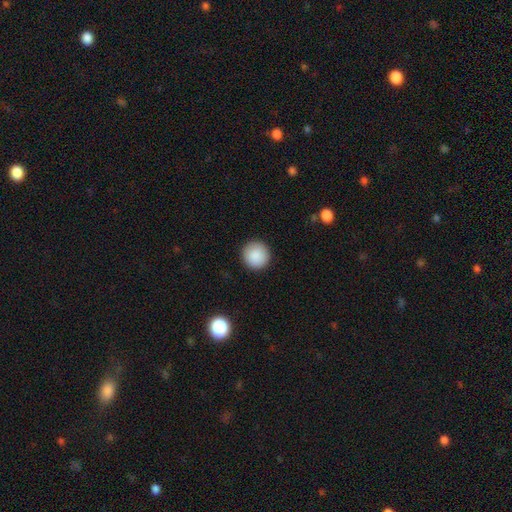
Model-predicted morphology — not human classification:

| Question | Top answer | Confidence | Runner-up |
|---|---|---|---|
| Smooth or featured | smooth | 88% | star or artifact (8%) |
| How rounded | round | 95% | in between (4%) |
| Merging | none | 92% | minor disturbance (6%) |